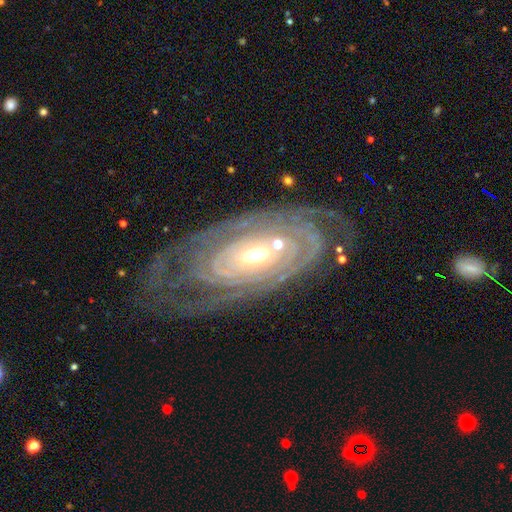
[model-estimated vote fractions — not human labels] Smooth or featured?
  - featured or disk: 88% *
  - smooth: 6%
  - star or artifact: 6%
Edge-on disk?
  - no: 93% *
  - yes: 7%
Bar?
  - no: 57% *
  - weak: 27%
  - strong: 16%
Spiral arms?
  - yes: 95% *
  - no: 5%
Spiral winding?
  - tight: 83% *
  - medium: 14%
  - loose: 3%
Spiral arm count?
  - can't tell: 37% *
  - 2: 17%
  - 3: 15%
  - 4: 14%
  - more than 4: 12%
  - 1: 6%
Bulge size?
  - moderate: 57% *
  - small: 34%
  - large: 6%
  - dominant: 1%
  - none: 1%
Merging?
  - none: 70% *
  - minor disturbance: 17%
  - major disturbance: 9%
  - merger: 3%